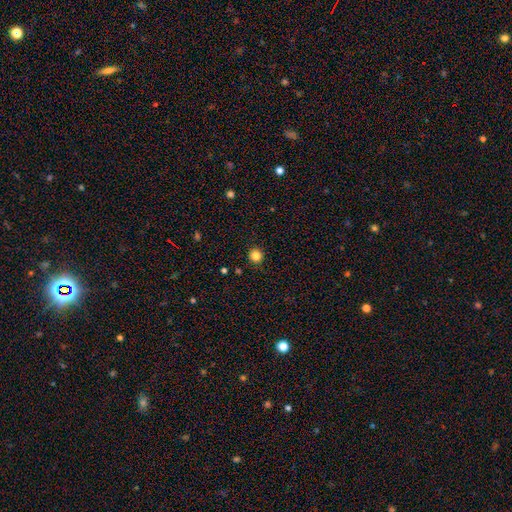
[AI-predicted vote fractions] This appears to be a smooth galaxy with no disk features (84%) that is round (93%). Merging: none (91%).